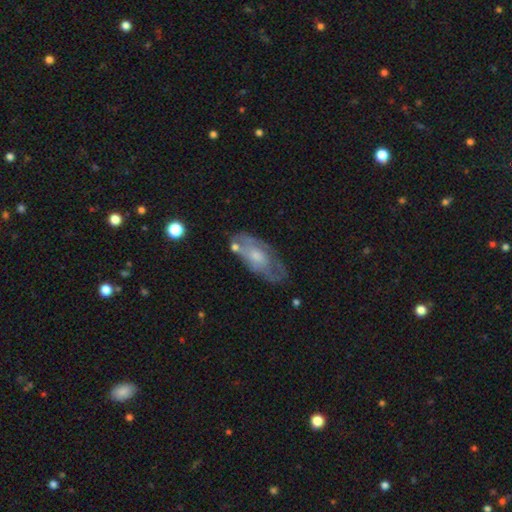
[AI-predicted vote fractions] Overall: featured or disk (60%; smooth 33%). Edge-on disk: no (89%). Bar: no (77%). Spiral arms: yes (54%; no 46%). Bulge size: moderate (45%; small 37%). Merging: none (55%; minor disturbance 26%).